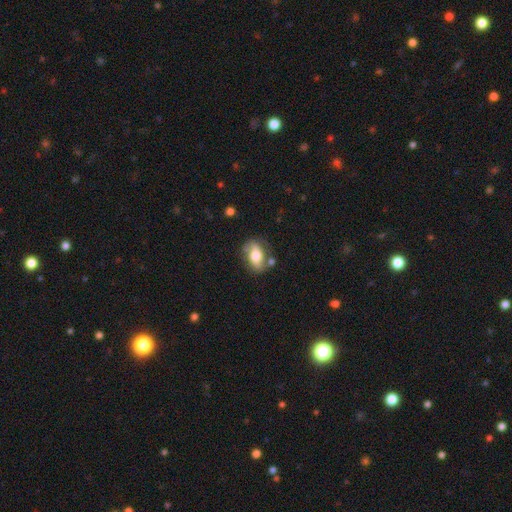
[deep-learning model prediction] This is possibly a smooth galaxy (50%). How rounded: clearly in between (81%). Merging: likely none (65%).